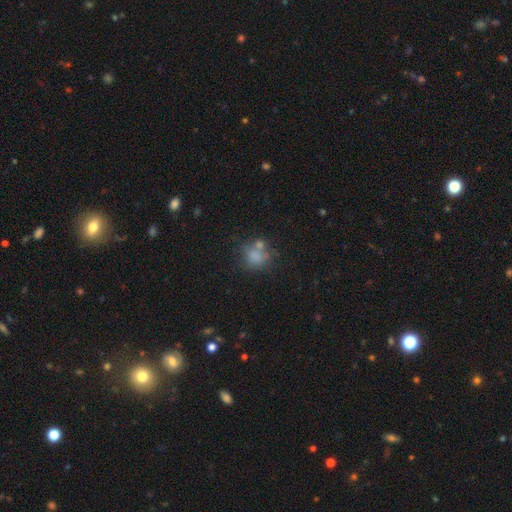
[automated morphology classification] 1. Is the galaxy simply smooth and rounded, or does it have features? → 73% smooth, 15% featured or disk, 12% star or artifact.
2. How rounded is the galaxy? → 72% round, 27% in between, 1% cigar-shaped.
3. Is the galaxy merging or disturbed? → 44% none, 28% merger, 17% minor disturbance, 11% major disturbance.